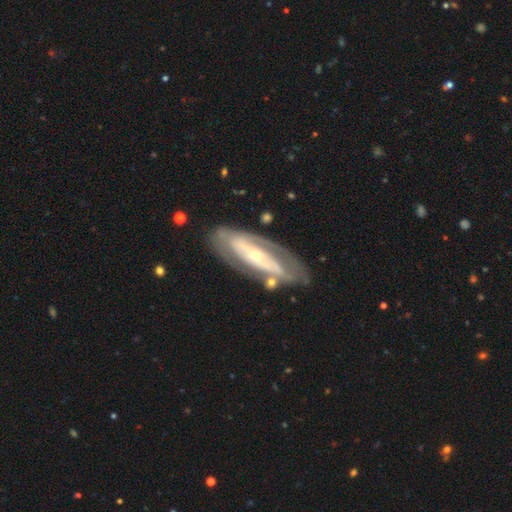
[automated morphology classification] Smooth or featured? featured or disk (78%)
Edge-on disk? no (85%)
Bar? no (54%)
Spiral arms? yes (63%)
Bulge size? small (68%)
Merging? none (72%)